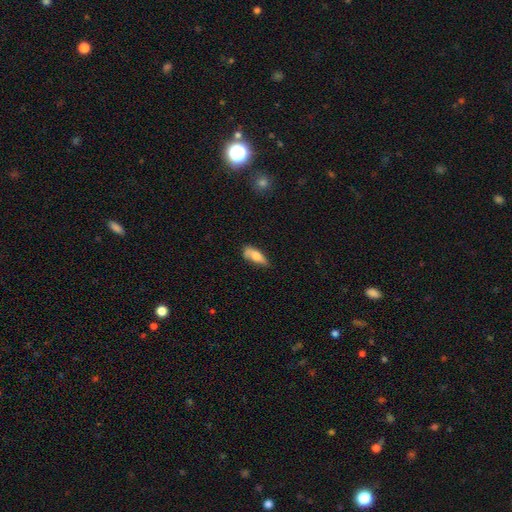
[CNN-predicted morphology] This appears to be a smooth galaxy with no disk features (66%) that is in between round and cigar-shaped (69%). Merging: none (48%).